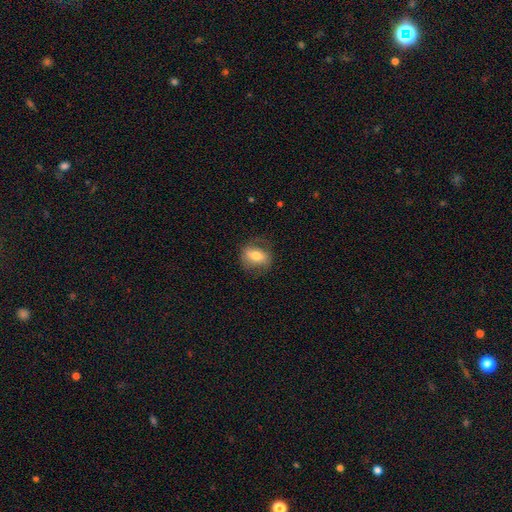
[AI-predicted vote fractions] Morphology: type=smooth (60%); roundness=in between (60%); merging=none (69%).